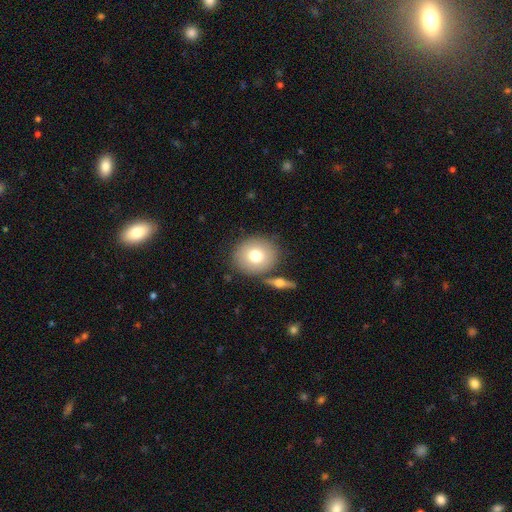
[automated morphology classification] Smooth or featured? Predicted: smooth (p=0.73). How rounded? Predicted: round (p=0.76). Merging? Predicted: none (p=0.77).